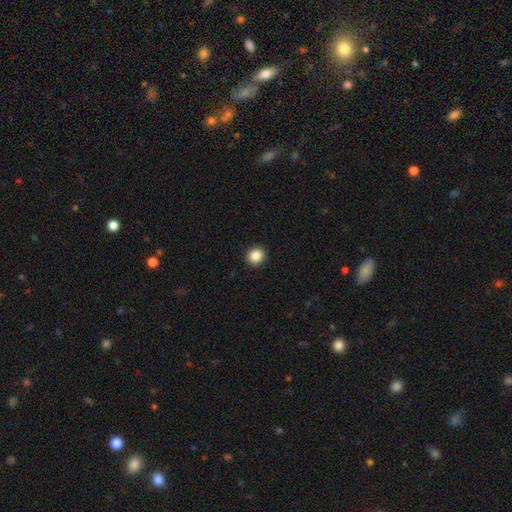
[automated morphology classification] Smooth or featured: smooth — 87% (star or artifact — 10%)
How rounded: round — 89% (in between — 11%)
Merging: none — 92% (minor disturbance — 5%)